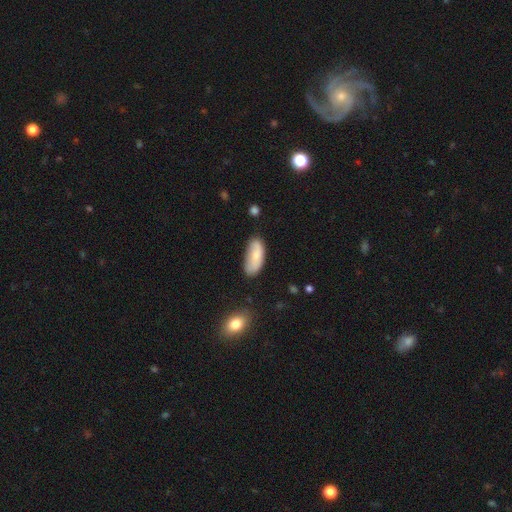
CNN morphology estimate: This is likely a smooth galaxy (75%). How rounded: clearly in between (87%). Merging: likely none (62%).